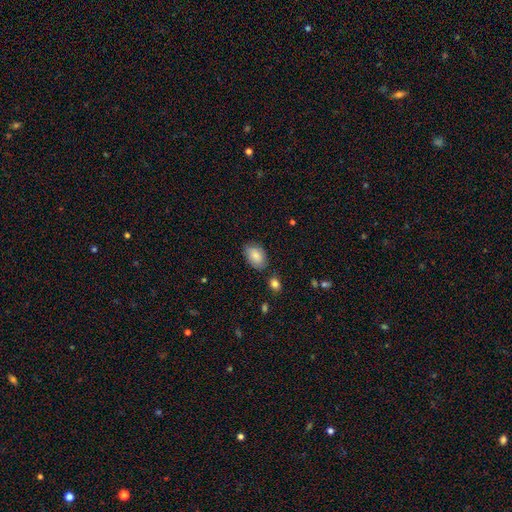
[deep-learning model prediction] A smooth galaxy with no disk features (84%) that is in between round and cigar-shaped (91%).

Vote fractions:
- Smooth or featured? smooth: 84% / featured or disk: 9% / star or artifact: 7%
- How rounded? in between: 91% / round: 8% / cigar-shaped: 1%
- Merging? none: 77% / minor disturbance: 16% / merger: 4% / major disturbance: 3%